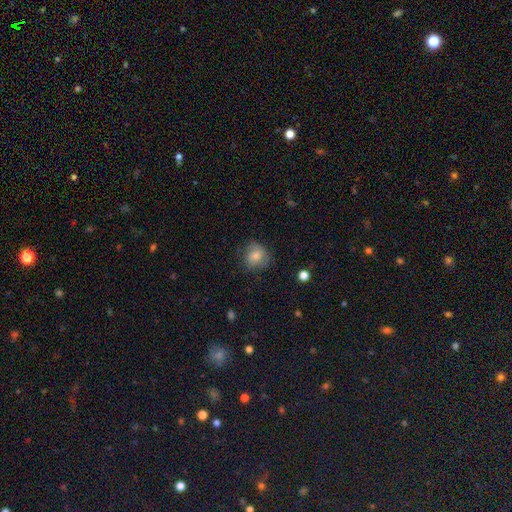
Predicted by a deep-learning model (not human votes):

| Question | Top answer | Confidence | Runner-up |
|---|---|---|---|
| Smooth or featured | smooth | 71% | featured or disk (21%) |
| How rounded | round | 80% | in between (19%) |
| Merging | none | 68% | minor disturbance (23%) |